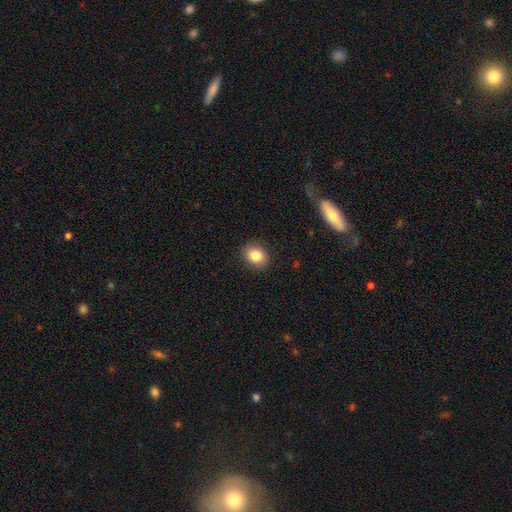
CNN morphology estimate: type=smooth (84%); roundness=round (56%); merging=none (89%).